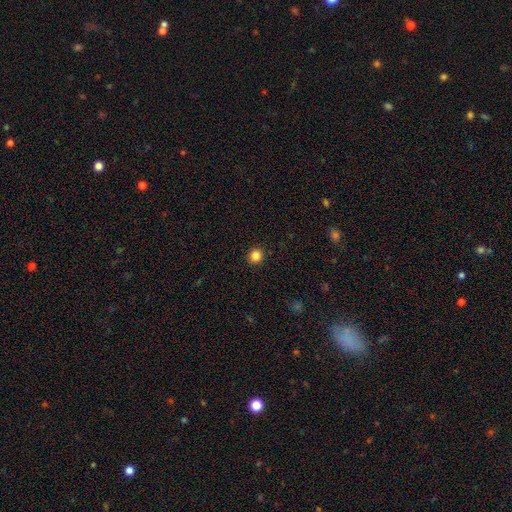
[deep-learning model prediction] Smooth or featured: smooth — 85% (star or artifact — 12%)
How rounded: round — 92% (in between — 7%)
Merging: none — 93% (minor disturbance — 5%)